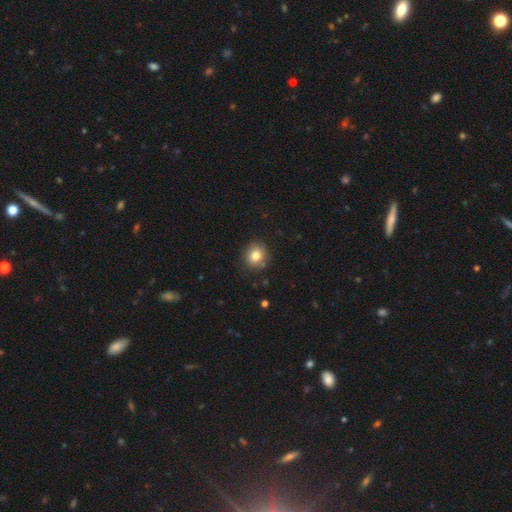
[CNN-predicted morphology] Overall: smooth (81%). How rounded: round (79%). Merging: none (83%).